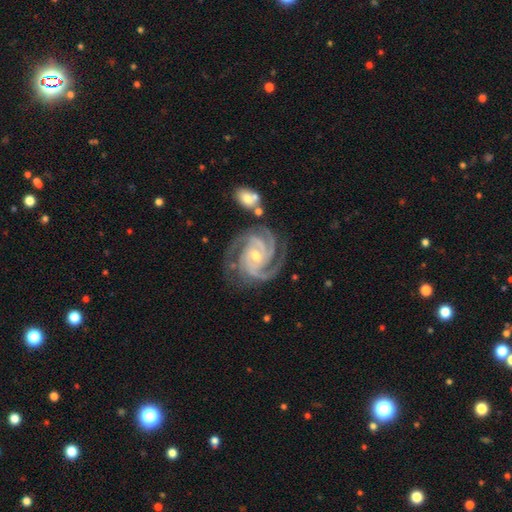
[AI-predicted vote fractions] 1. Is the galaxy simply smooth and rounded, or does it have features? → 94% featured or disk, 4% star or artifact, 3% smooth.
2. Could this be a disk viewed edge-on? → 98% no, 2% yes.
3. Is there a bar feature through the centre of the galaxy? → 51% no, 33% weak, 16% strong.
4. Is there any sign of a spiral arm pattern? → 99% yes, 1% no.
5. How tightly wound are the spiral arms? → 70% tight, 28% medium, 3% loose.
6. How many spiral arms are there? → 49% 3, 29% 4, 8% 2, 5% can't tell, 4% more than 4, 4% 1.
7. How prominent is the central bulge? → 55% small, 42% moderate, 1% large, 1% none, 1% dominant.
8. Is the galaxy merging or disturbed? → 75% none, 16% minor disturbance, 5% major disturbance, 4% merger.